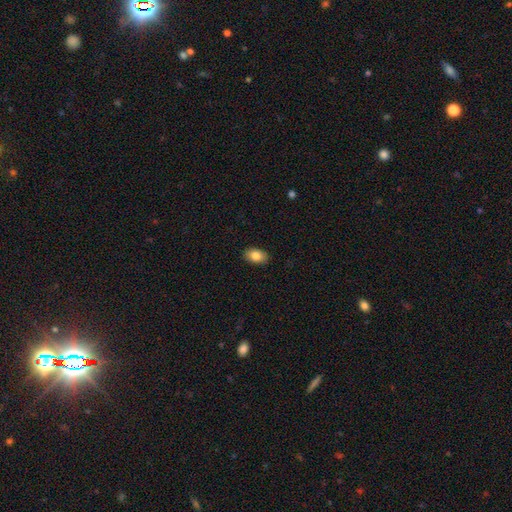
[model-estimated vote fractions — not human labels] A smooth galaxy with no disk features (83%) that is in between round and cigar-shaped (89%).

Vote fractions:
- Smooth or featured? smooth: 83% / featured or disk: 9% / star or artifact: 8%
- How rounded? in between: 89% / round: 10% / cigar-shaped: 1%
- Merging? none: 90% / minor disturbance: 8% / major disturbance: 2% / merger: 1%